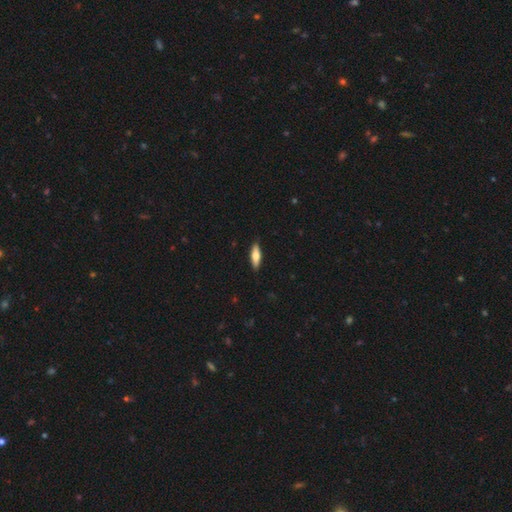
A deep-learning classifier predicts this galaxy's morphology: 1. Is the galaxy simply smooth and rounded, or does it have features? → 61% smooth, 34% featured or disk, 6% star or artifact.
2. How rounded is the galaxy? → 52% cigar-shaped, 46% in between, 2% round.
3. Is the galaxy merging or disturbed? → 89% none, 8% minor disturbance, 2% major disturbance, 1% merger.